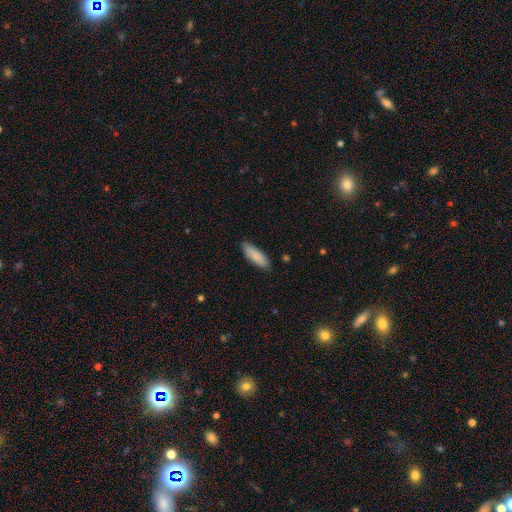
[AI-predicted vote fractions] Morphology: type=smooth (85%); roundness=in between (55%); merging=none (85%).